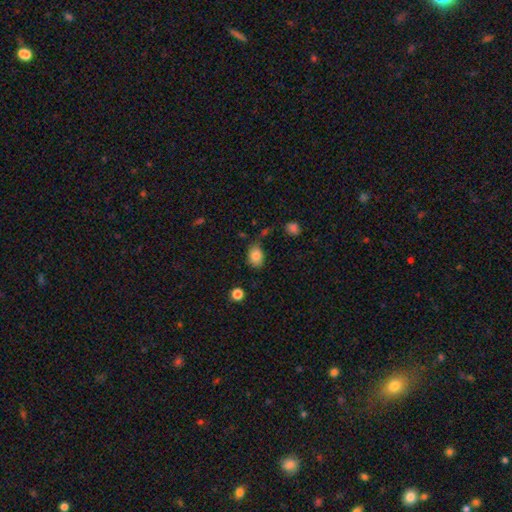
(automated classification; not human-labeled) Smooth or featured?
  - smooth: 84% *
  - star or artifact: 9%
  - featured or disk: 7%
How rounded?
  - in between: 73% *
  - round: 26%
  - cigar-shaped: 1%
Merging?
  - none: 64% *
  - minor disturbance: 25%
  - major disturbance: 6%
  - merger: 5%